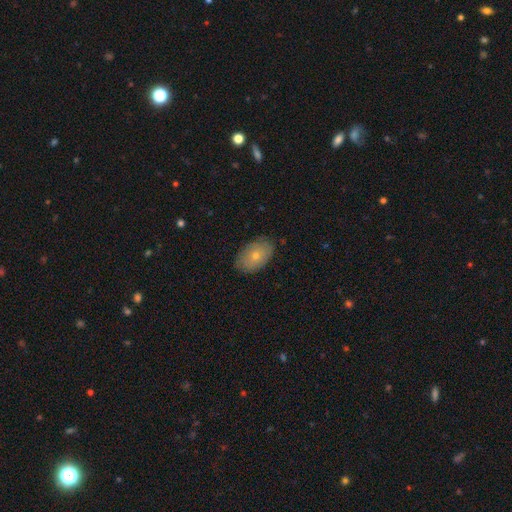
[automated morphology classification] A smooth galaxy with no disk features (68%) that is in between round and cigar-shaped (89%). Merging: none (83%).